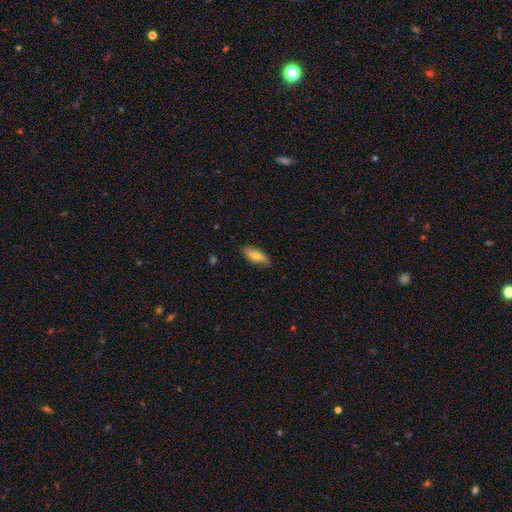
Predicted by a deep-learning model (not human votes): Morphology: type=smooth (53%); roundness=in between (72%); merging=none (77%).